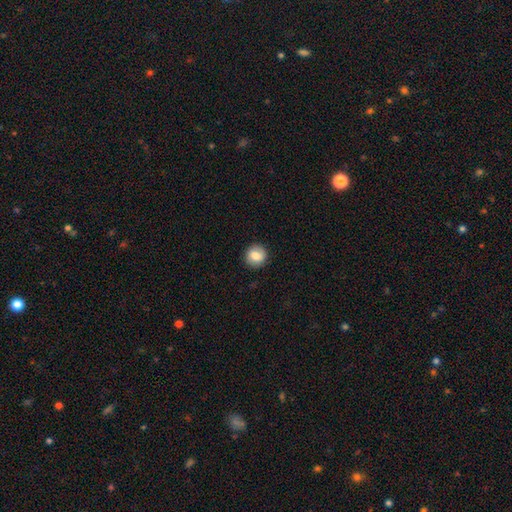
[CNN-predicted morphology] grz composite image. It shows a smooth galaxy with no disk features (77%) that is round (90%). Merging: none (89%).